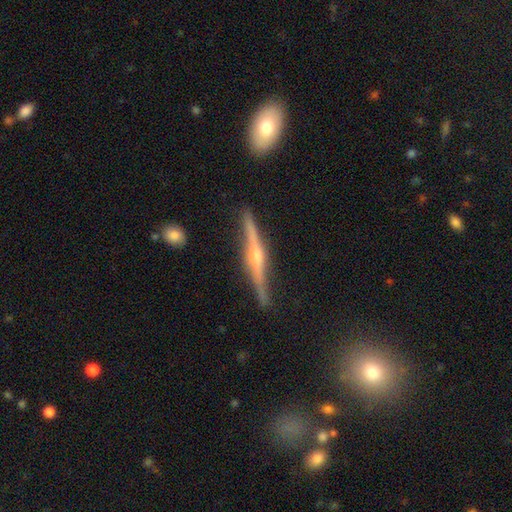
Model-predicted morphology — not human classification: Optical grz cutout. It shows a featured or disk galaxy (81%) viewed edge-on (98%) with a rounded central bulge (88%). Merging: none (87%).